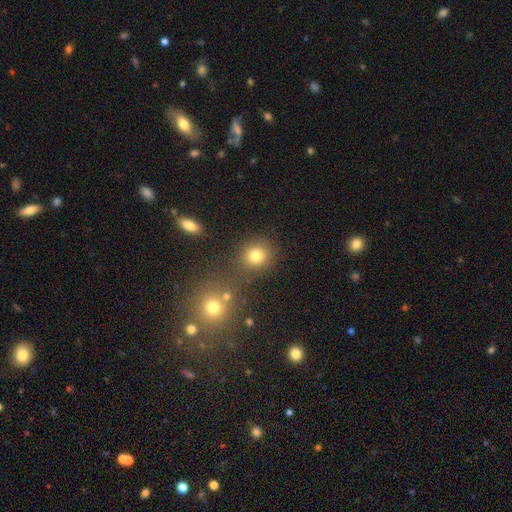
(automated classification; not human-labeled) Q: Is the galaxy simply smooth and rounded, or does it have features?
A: smooth — 79%.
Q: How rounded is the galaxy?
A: round — 84%.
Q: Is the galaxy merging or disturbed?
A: none — 77%.